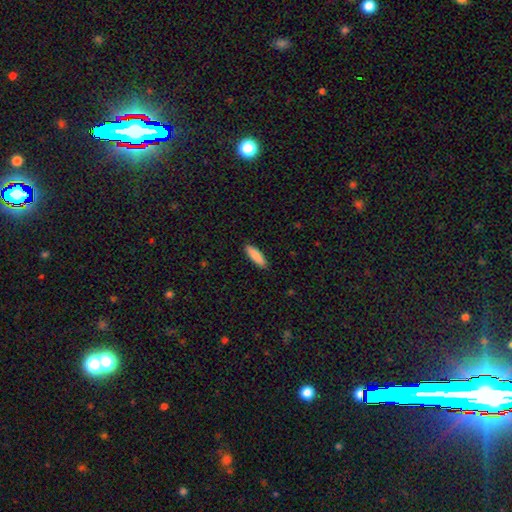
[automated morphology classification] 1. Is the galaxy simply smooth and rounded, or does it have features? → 87% smooth, 8% featured or disk, 6% star or artifact.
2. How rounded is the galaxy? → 59% cigar-shaped, 39% in between, 1% round.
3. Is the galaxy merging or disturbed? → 90% none, 7% minor disturbance, 2% major disturbance, 1% merger.